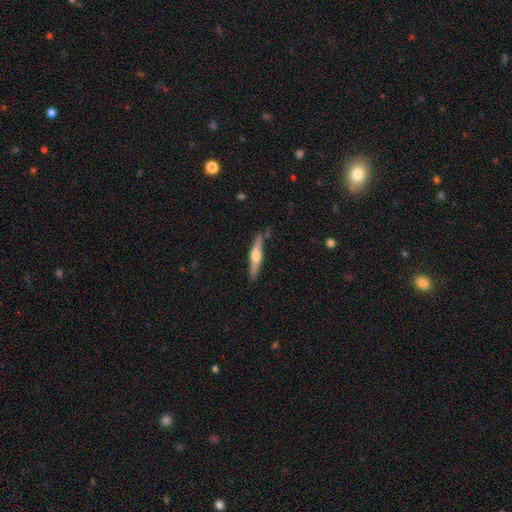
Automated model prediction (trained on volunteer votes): A featured or disk galaxy (53%) viewed edge-on (95%) with a rounded central bulge (88%). Merging: none (85%).